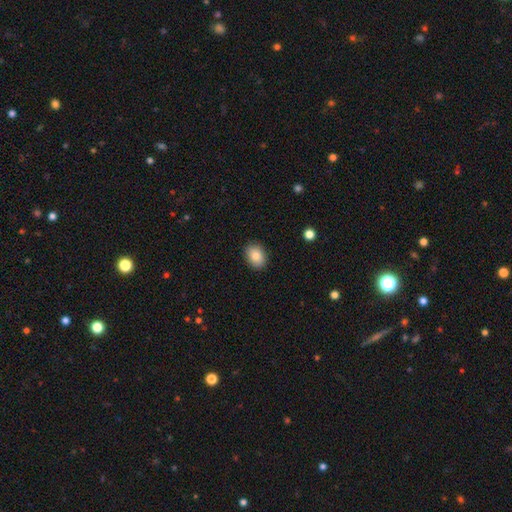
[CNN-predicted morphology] type=smooth (84%); roundness=in between (71%); merging=none (89%).